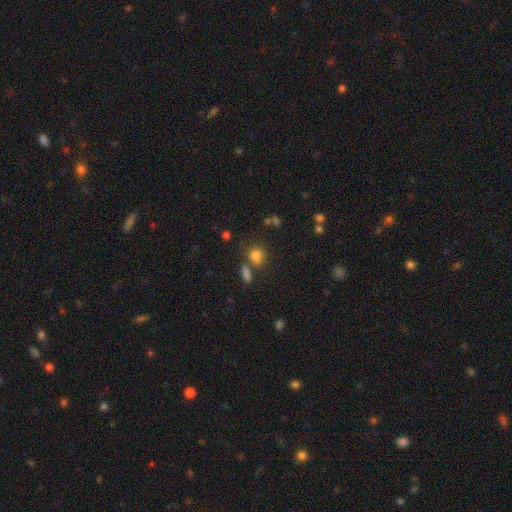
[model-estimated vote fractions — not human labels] Smooth or featured? smooth (78%)
How rounded? round (70%)
Merging? none (60%)